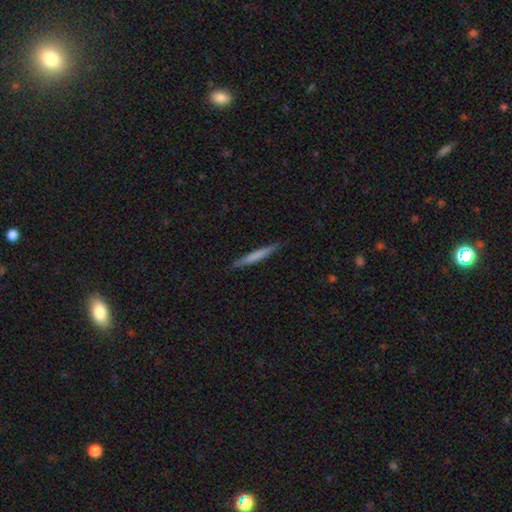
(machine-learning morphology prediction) Q: Smooth or featured?
A: smooth (65%); runner-up: featured or disk (30%)
Q: How rounded?
A: cigar-shaped (96%); runner-up: in between (3%)
Q: Merging?
A: none (89%); runner-up: minor disturbance (9%)